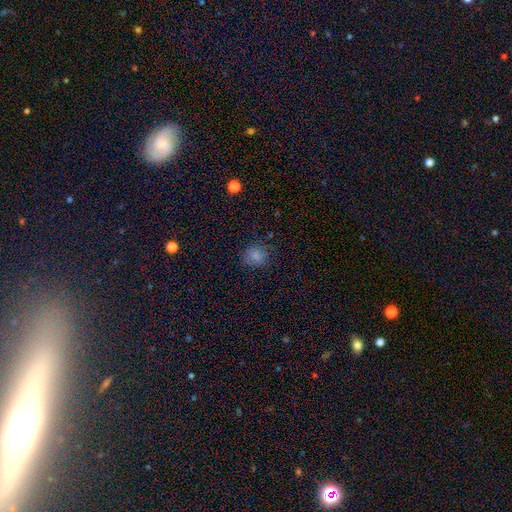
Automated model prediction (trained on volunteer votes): Smooth or featured? smooth (80%)
How rounded? round (76%)
Merging? none (76%)